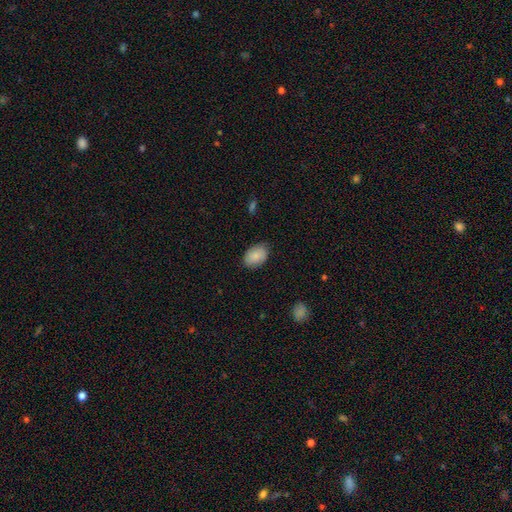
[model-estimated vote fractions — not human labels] The model was most divided on "merging": none: 82%, minor disturbance: 15%, major disturbance: 3%, merger: 1%. More confident: smooth or featured — smooth (86%); how rounded — in between (84%).